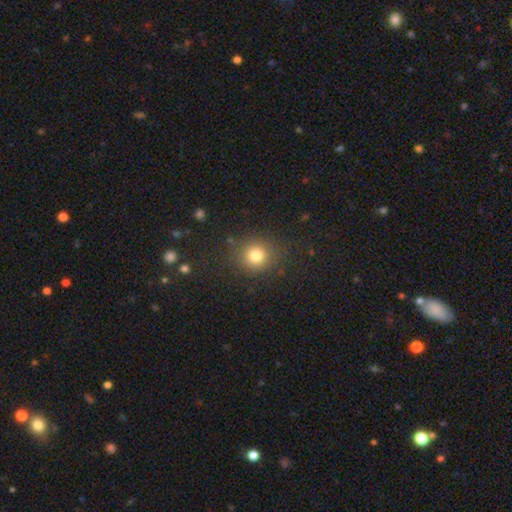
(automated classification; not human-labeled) smooth_or_featured: smooth (p=0.79) [alt: star or artifact p=0.14]
how_rounded: round (p=0.86) [alt: in between p=0.13]
merging: none (p=0.86) [alt: minor disturbance p=0.09]